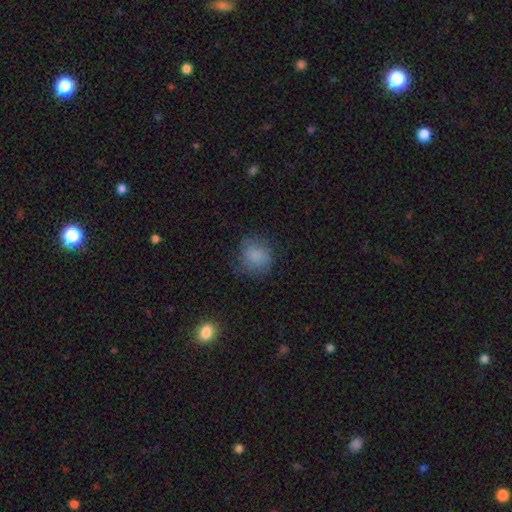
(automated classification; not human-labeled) Smooth or featured?
  - smooth: 80% *
  - star or artifact: 10%
  - featured or disk: 10%
How rounded?
  - round: 78% *
  - in between: 21%
  - cigar-shaped: 1%
Merging?
  - none: 69% *
  - minor disturbance: 21%
  - major disturbance: 9%
  - merger: 1%